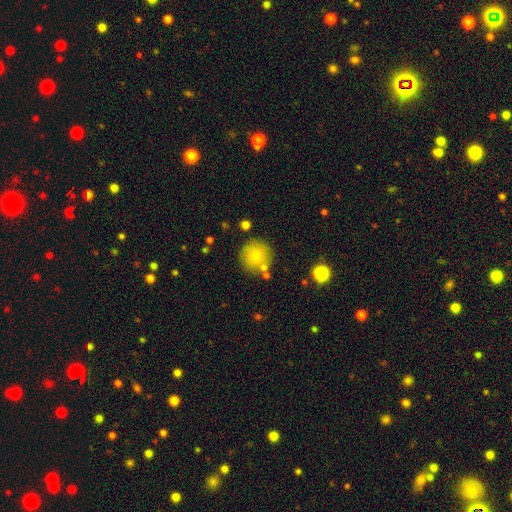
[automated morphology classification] smooth-or-featured: smooth: 81% | featured or disk: 10% | star or artifact: 9%
  how-rounded: round: 95% | in between: 4% | cigar-shaped: 1%
  merging: none: 79% | minor disturbance: 11% | merger: 7% | major disturbance: 4%